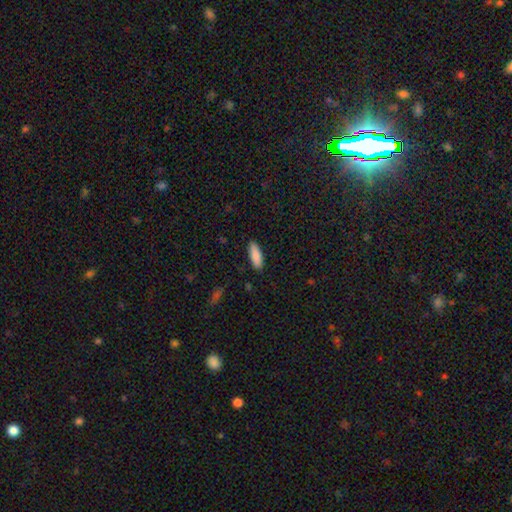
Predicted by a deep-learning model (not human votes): Overall: smooth (88%). How rounded: in between (62%; cigar-shaped 37%). Merging: none (88%).